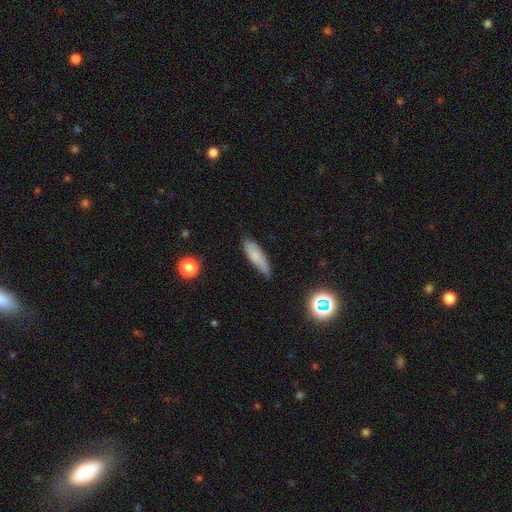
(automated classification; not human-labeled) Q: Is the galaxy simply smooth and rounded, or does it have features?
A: smooth — 78%.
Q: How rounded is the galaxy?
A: cigar-shaped — 56%.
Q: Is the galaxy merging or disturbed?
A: none — 69%.